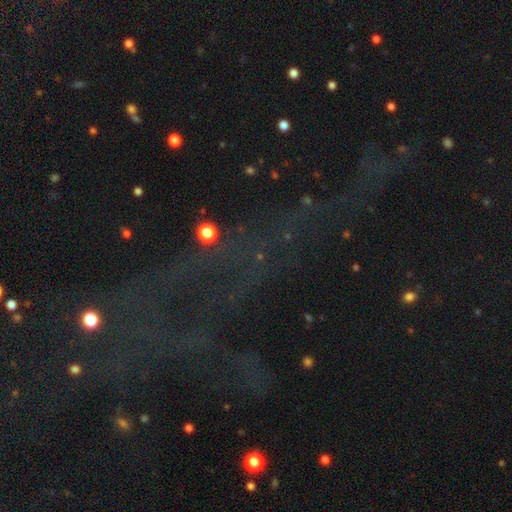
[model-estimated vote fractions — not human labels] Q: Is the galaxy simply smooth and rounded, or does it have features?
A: star or artifact — 70%.